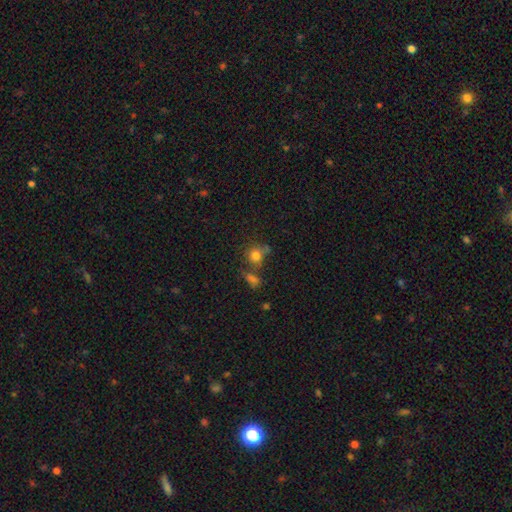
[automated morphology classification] Smooth or featured? Predicted: smooth (p=0.76). How rounded? Predicted: round (p=0.79). Merging? Predicted: none (p=0.52).